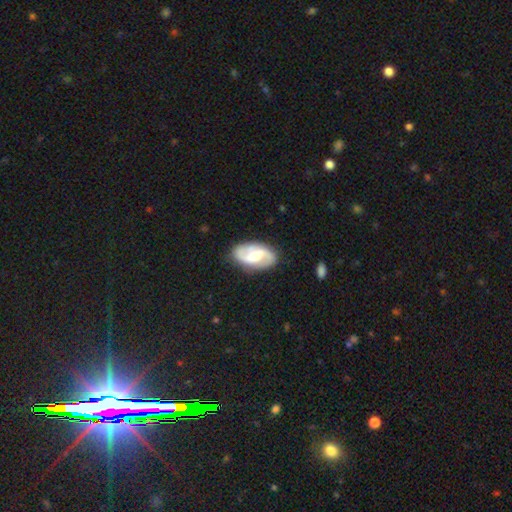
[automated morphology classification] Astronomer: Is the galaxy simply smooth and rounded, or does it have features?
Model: featured or disk — 77%.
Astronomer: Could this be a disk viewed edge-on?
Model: no — 97%.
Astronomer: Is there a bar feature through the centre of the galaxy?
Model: weak — 51%.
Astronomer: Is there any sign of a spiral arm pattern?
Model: yes — 93%.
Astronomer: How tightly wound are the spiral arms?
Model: loose — 44% (runner-up: medium, 41%).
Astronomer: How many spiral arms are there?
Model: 2 — 90%.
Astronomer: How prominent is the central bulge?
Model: moderate — 46% (runner-up: small, 32%).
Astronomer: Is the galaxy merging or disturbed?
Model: none — 82%.